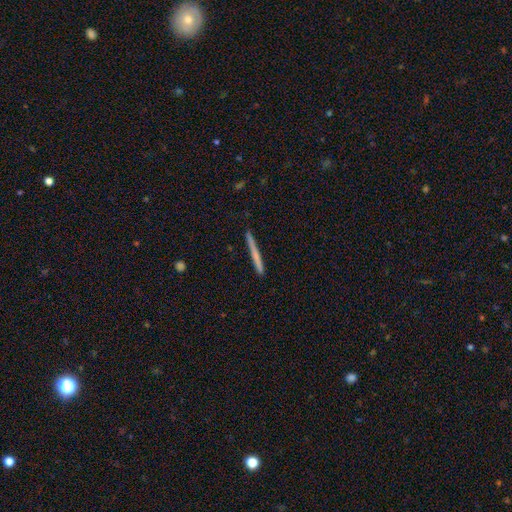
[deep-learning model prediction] smooth 60%, featured or disk 35%, star or artifact 6%. Down the decision tree: how rounded — cigar-shaped (97%); merging — none (91%).